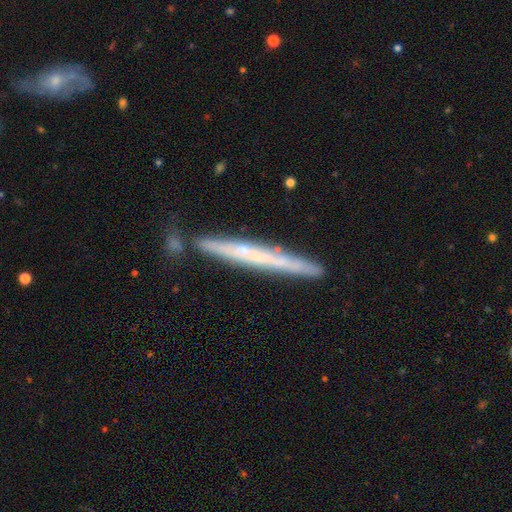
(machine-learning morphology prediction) This is possibly a featured or disk galaxy (57%). It is clearly viewed edge-on (94%). Edge-on bulge: clearly none (83%). Merging: likely none (77%).